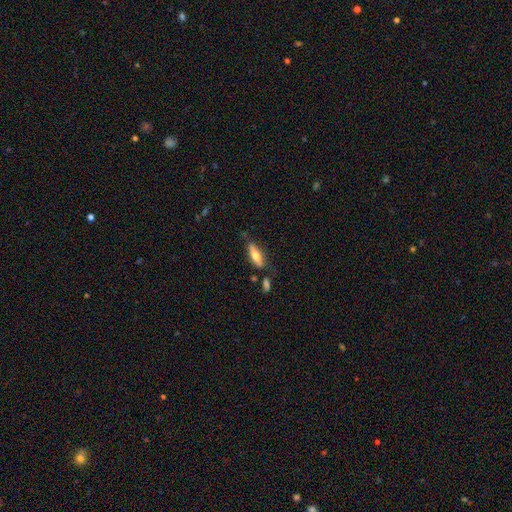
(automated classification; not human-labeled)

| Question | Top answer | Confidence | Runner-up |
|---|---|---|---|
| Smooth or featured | smooth | 63% | featured or disk (31%) |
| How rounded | in between | 57% | cigar-shaped (41%) |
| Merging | none | 67% | minor disturbance (20%) |